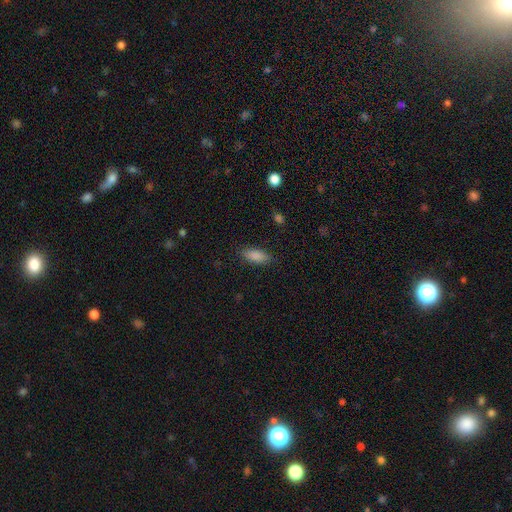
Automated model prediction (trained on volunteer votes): Q: Smooth or featured?
A: smooth (86%); runner-up: star or artifact (7%)
Q: How rounded?
A: in between (79%); runner-up: cigar-shaped (19%)
Q: Merging?
A: none (85%); runner-up: minor disturbance (11%)